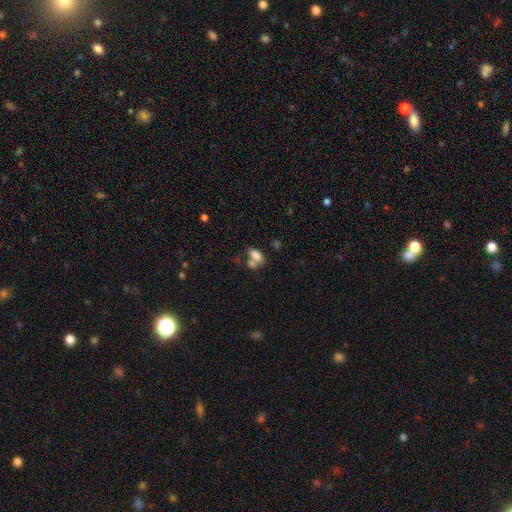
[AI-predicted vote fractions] Smooth or featured: smooth — 77% (featured or disk — 13%)
How rounded: in between — 88% (round — 6%)
Merging: none — 42% (merger — 40%)